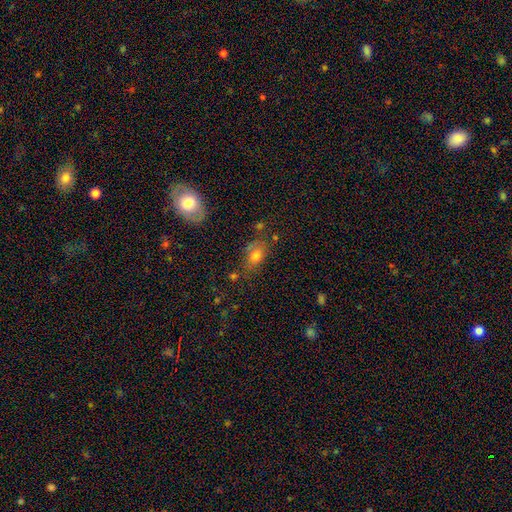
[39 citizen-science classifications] This appears to be a smooth galaxy with no disk features (77%) that is in between round and cigar-shaped (90%). Merging: none (86%).